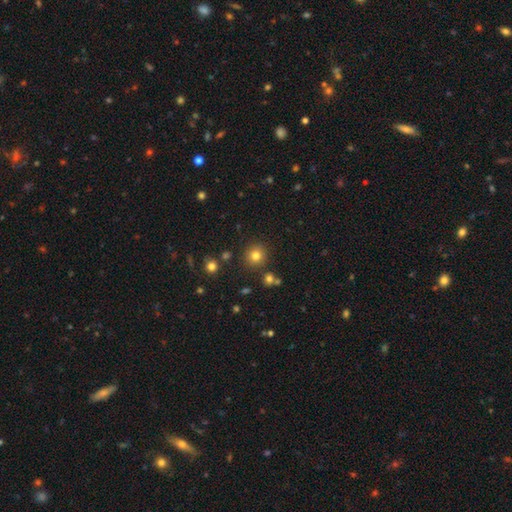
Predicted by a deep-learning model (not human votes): The model was most divided on "smooth or featured": smooth: 79%, star or artifact: 14%, featured or disk: 7%. More confident: how rounded — round (91%); merging — none (86%).